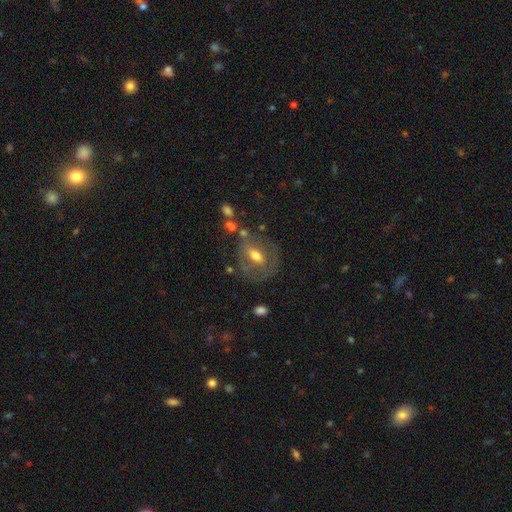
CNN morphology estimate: smooth_or_featured: featured or disk (p=0.50) [alt: smooth p=0.41]
merging: none (p=0.58) [alt: minor disturbance p=0.21]